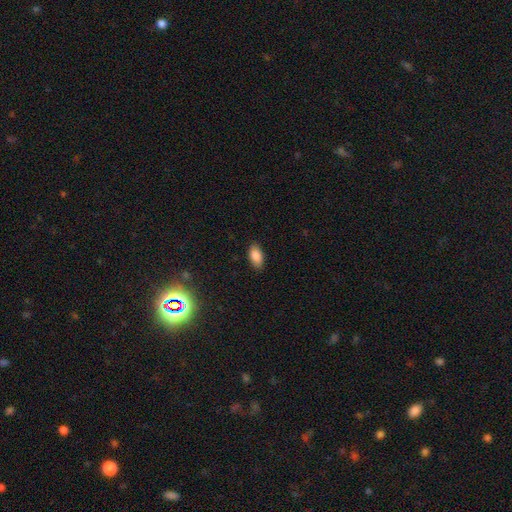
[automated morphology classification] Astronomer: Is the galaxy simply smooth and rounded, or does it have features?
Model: smooth — 86%.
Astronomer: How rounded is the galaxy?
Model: in between — 92%.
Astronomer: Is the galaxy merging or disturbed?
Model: none — 86%.